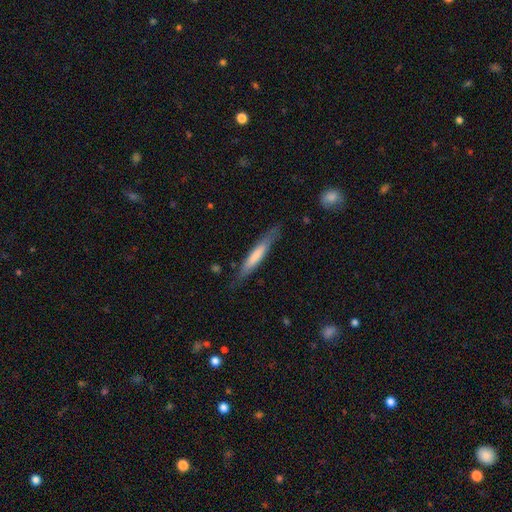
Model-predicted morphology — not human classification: Overall: smooth (65%; featured or disk 30%). How rounded: cigar-shaped (91%). Merging: none (79%).